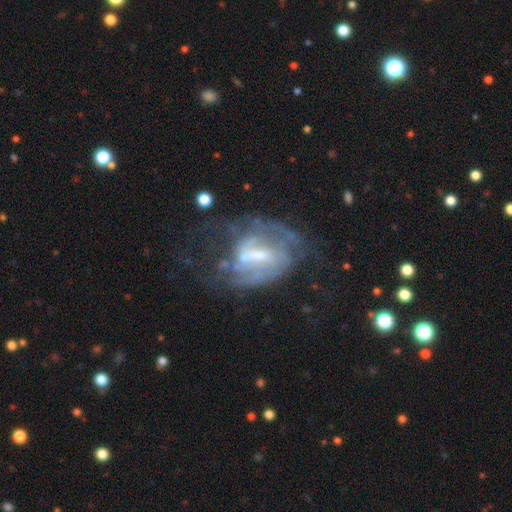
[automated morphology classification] The model was most divided on "spiral arm count": can't tell: 39%, 2: 38%, 3: 9%, 1: 7%, 4: 3%, more than 4: 3%. Remaining: edge-on disk — no (96%); smooth or featured — featured or disk (77%); spiral arms — yes (74%); bar — weak (50%); spiral winding — medium (42%); bulge size — small (42%); merging — none (41%).